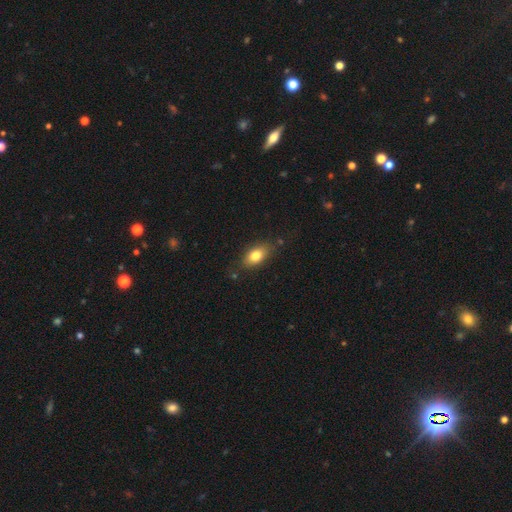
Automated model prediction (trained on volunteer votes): A smooth galaxy with no disk features (79%) that is in between round and cigar-shaped (84%). Merging: none (78%).